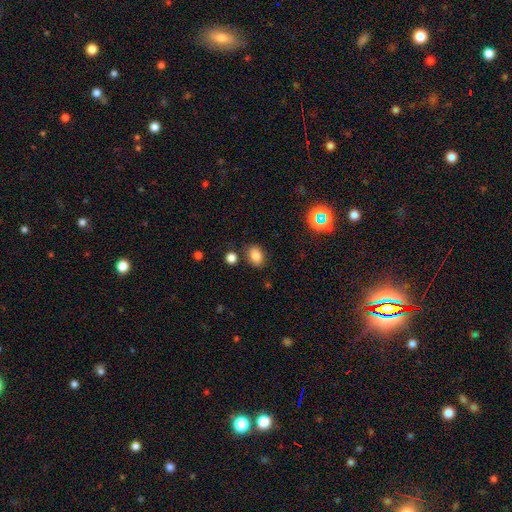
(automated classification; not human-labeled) Morphology: type=smooth (80%); roundness=in between (72%); merging=none (82%).